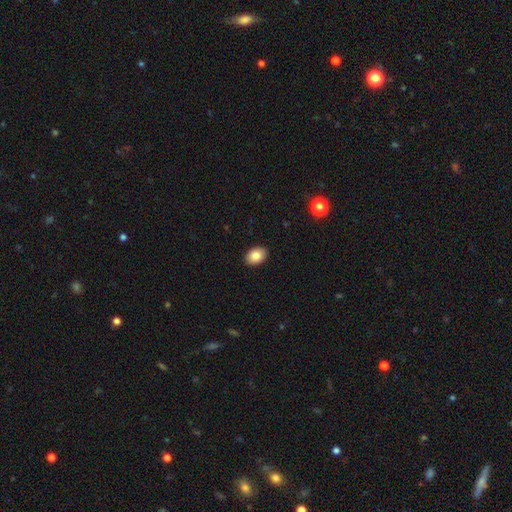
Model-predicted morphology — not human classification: Smooth or featured? Predicted: smooth (p=0.86). How rounded? Predicted: in between (p=0.79). Merging? Predicted: none (p=0.91).